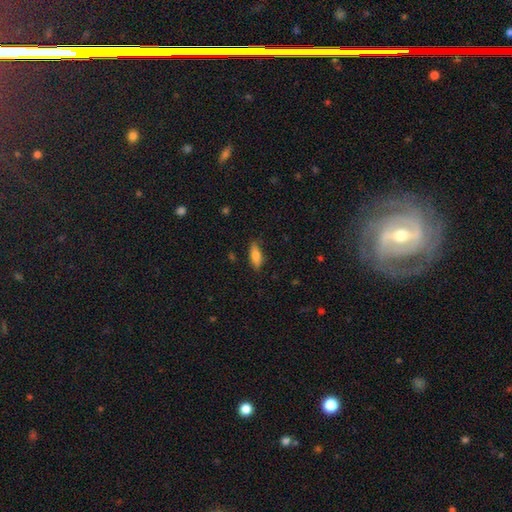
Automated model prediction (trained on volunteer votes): Smooth or featured: smooth — 77% (featured or disk — 16%)
How rounded: in between — 70% (cigar-shaped — 28%)
Merging: none — 83% (minor disturbance — 13%)